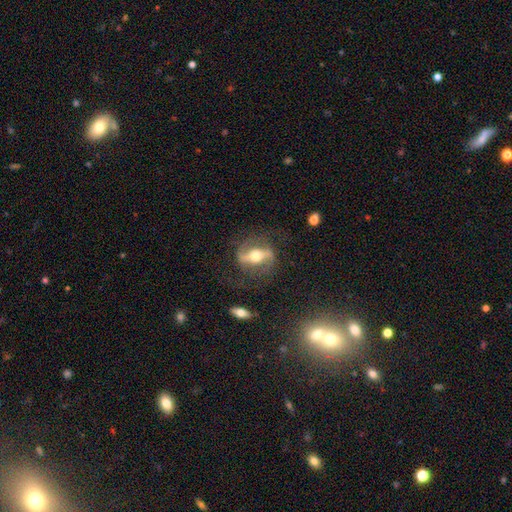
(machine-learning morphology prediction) smooth_or_featured: featured or disk (p=0.79) [alt: smooth p=0.15]
disk_edge_on: no (p=0.87) [alt: yes p=0.13]
bar: strong (p=0.62) [alt: weak p=0.22]
has_spiral_arms: yes (p=0.84) [alt: no p=0.16]
spiral_winding: medium (p=0.46) [alt: loose p=0.35]
spiral_arm_count: 2 (p=0.89) [alt: can't tell p=0.05]
bulge_size: moderate (p=0.67) [alt: small p=0.21]
merging: none (p=0.71) [alt: minor disturbance p=0.15]